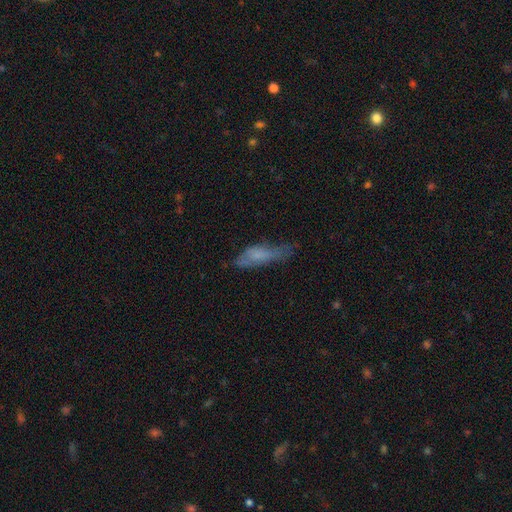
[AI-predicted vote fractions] Morphology: type=smooth (64%); roundness=cigar-shaped (52%); merging=none (38%).